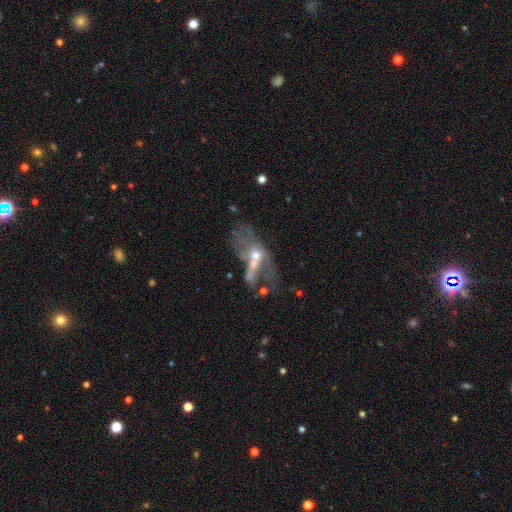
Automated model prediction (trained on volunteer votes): featured or disk 60%, smooth 27%, star or artifact 13%. Down the decision tree: edge-on disk — no (90%); bar — no (81%); spiral arms — no (82%); bulge size — moderate (51%); merging — merger (43%).